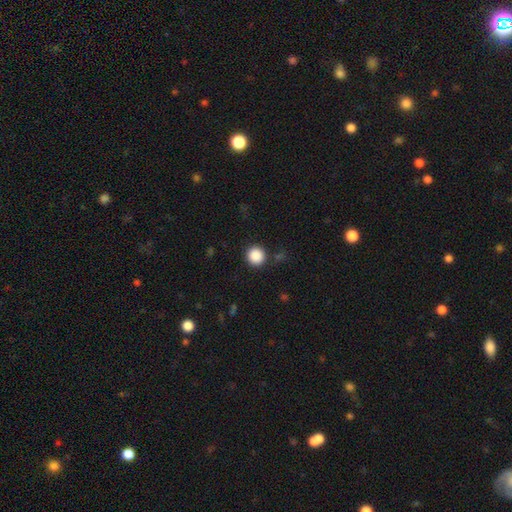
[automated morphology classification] Smooth or featured? Predicted: smooth (p=0.88). How rounded? Predicted: round (p=0.93). Merging? Predicted: none (p=0.89).